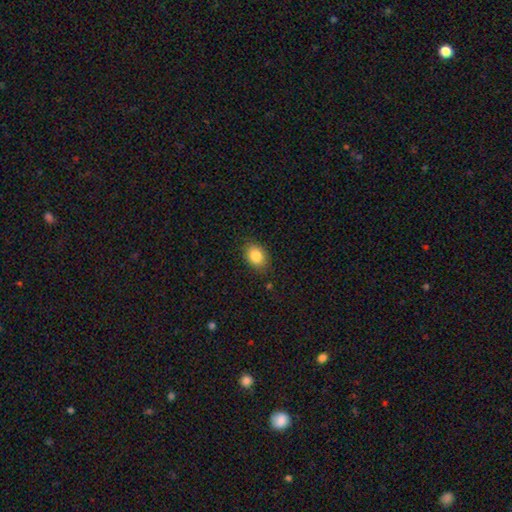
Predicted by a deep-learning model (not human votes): This is clearly a smooth galaxy (85%). How rounded: likely in between (66%). Merging: clearly none (84%).